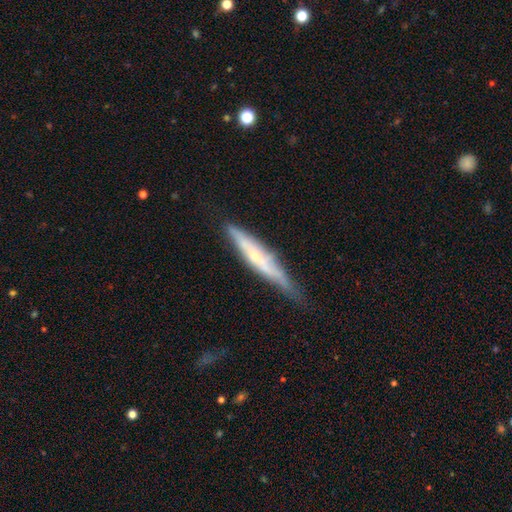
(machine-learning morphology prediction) smooth-or-featured: featured or disk: 60% | smooth: 34% | star or artifact: 6%
  disk-edge-on: yes: 82% | no: 18%
  merging: none: 60% | minor disturbance: 30% | major disturbance: 7% | merger: 3%